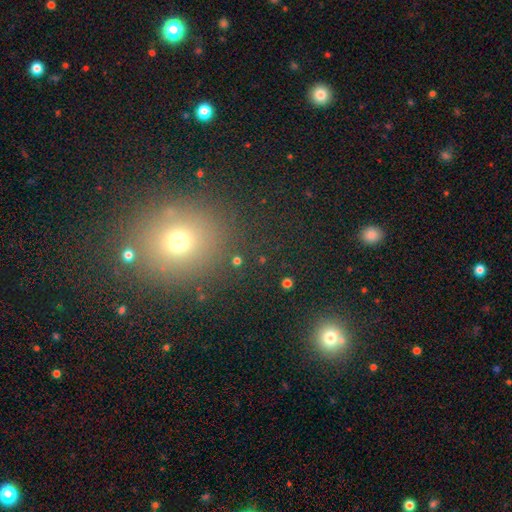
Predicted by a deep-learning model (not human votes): smooth 58%, star or artifact 32%, featured or disk 9%. Down the decision tree: how rounded — round (79%); merging — none (85%).